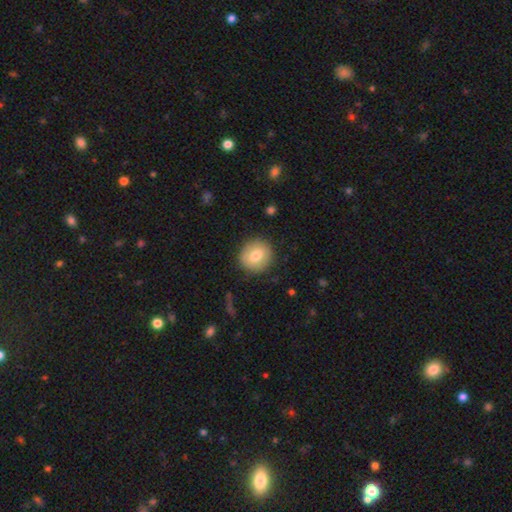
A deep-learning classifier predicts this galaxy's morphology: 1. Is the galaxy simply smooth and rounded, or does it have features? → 74% smooth, 18% featured or disk, 8% star or artifact.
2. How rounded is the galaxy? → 88% round, 11% in between, 1% cigar-shaped.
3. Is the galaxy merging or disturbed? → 87% none, 9% minor disturbance, 3% major disturbance, 1% merger.